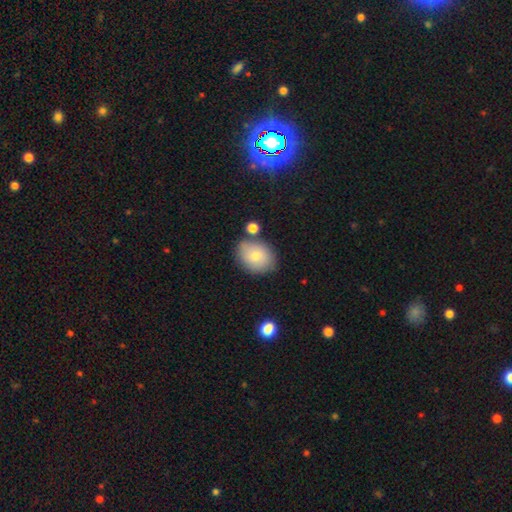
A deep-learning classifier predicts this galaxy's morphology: A smooth galaxy with no disk features (75%) that is in between round and cigar-shaped (57%).

Vote fractions:
- Smooth or featured? smooth: 75% / featured or disk: 18% / star or artifact: 8%
- How rounded? in between: 57% / round: 42% / cigar-shaped: 1%
- Merging? none: 73% / minor disturbance: 15% / merger: 8% / major disturbance: 4%